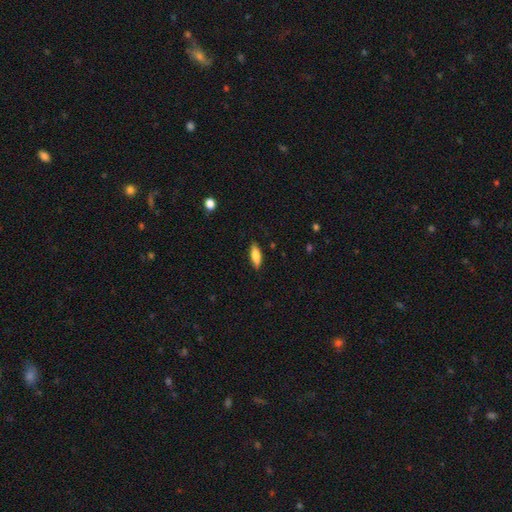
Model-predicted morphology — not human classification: Smooth or featured: smooth — 79% (featured or disk — 15%)
How rounded: in between — 59% (cigar-shaped — 39%)
Merging: none — 86% (minor disturbance — 11%)